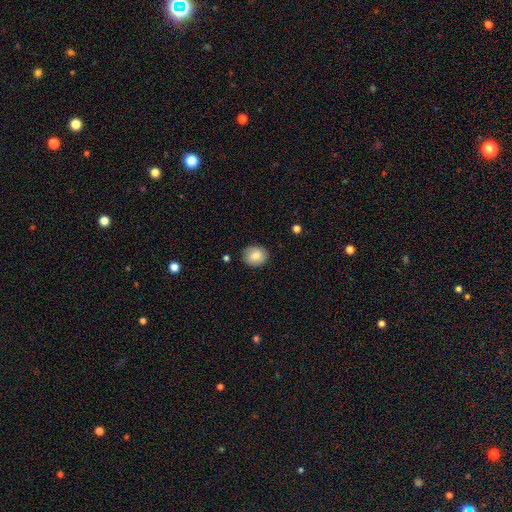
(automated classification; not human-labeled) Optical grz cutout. It shows a smooth galaxy with no disk features (82%) that is round (68%). Merging: none (84%).